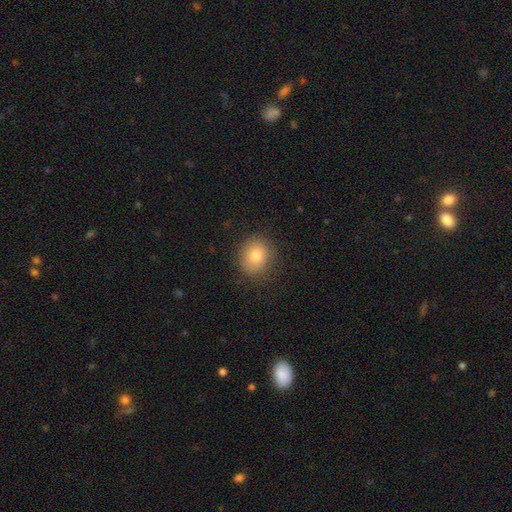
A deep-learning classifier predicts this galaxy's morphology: smooth_or_featured: smooth (p=0.79) [alt: star or artifact p=0.11]
how_rounded: round (p=0.75) [alt: in between p=0.24]
merging: none (p=0.85) [alt: minor disturbance p=0.11]